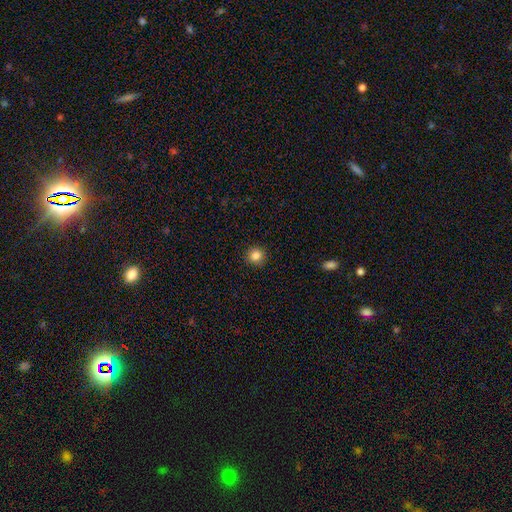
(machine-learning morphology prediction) The model was most divided on "smooth or featured": smooth: 84%, star or artifact: 11%, featured or disk: 4%. More confident: how rounded — round (92%); merging — none (91%).